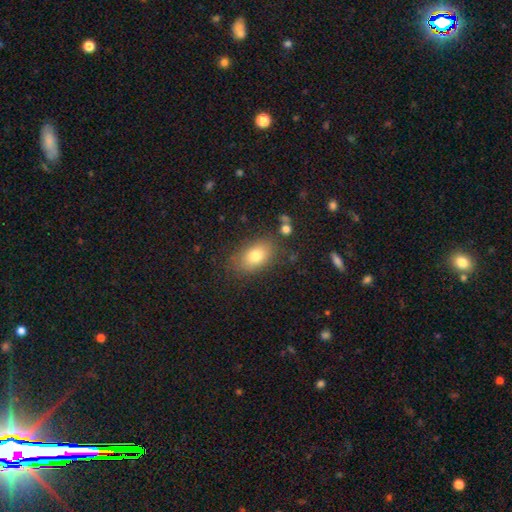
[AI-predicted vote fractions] Smooth or featured? Predicted: smooth (p=0.78). How rounded? Predicted: in between (p=0.86). Merging? Predicted: none (p=0.79).